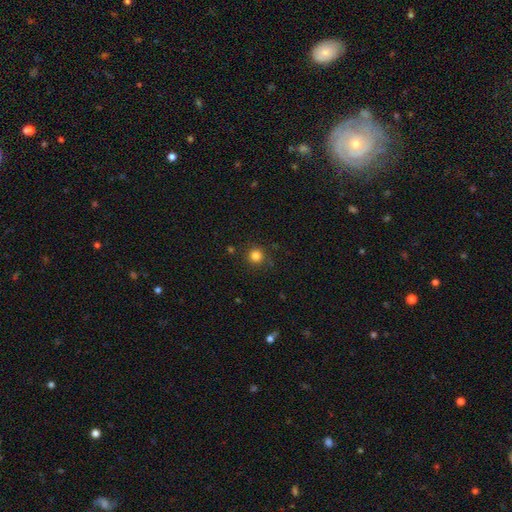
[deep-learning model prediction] Morphology: type=smooth (83%); roundness=round (95%); merging=none (90%).